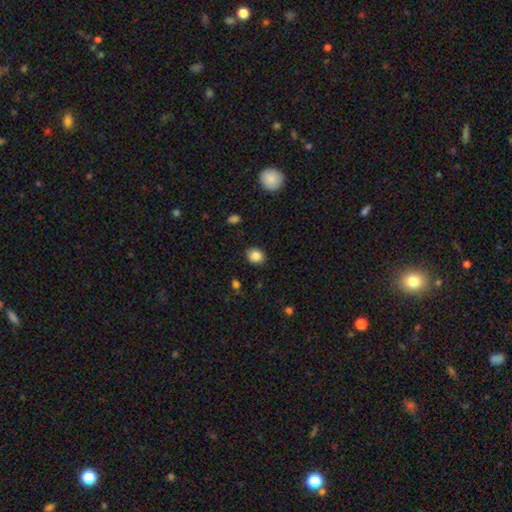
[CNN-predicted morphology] Smooth or featured? Predicted: smooth (p=0.86). How rounded? Predicted: round (p=0.61). Merging? Predicted: none (p=0.87).